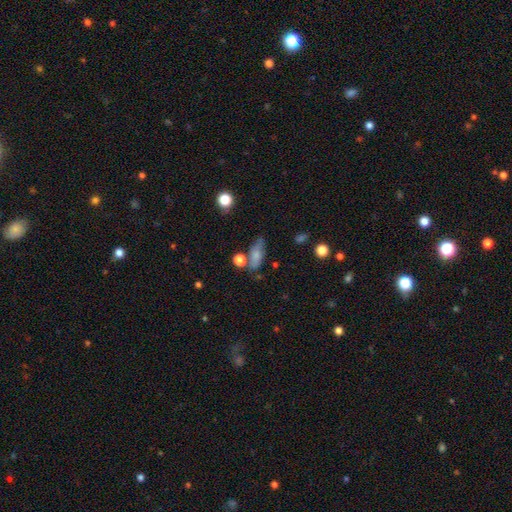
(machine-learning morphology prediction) A smooth galaxy with no disk features (70%) that is in between round and cigar-shaped (71%).

Vote fractions:
- Smooth or featured? smooth: 70% / featured or disk: 21% / star or artifact: 9%
- How rounded? in between: 71% / cigar-shaped: 22% / round: 7%
- Merging? none: 59% / minor disturbance: 22% / merger: 11% / major disturbance: 7%